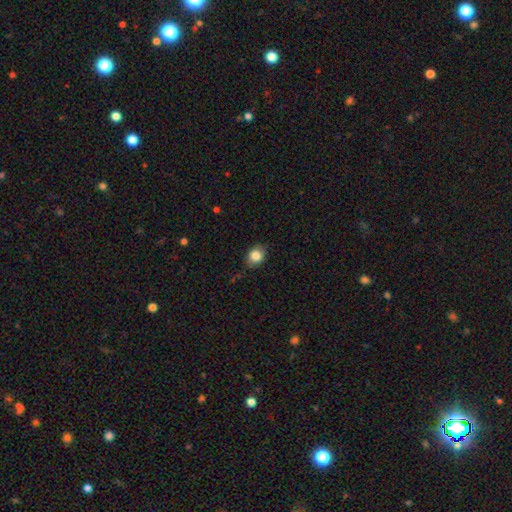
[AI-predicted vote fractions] Smooth or featured? smooth (83%)
How rounded? round (57%)
Merging? none (79%)